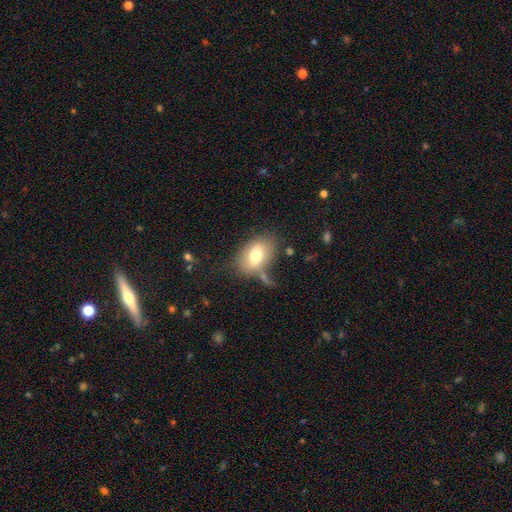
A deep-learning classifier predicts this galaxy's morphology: This appears to be a smooth galaxy with no disk features (72%) that is in between round and cigar-shaped (81%). Merging: none (56%).